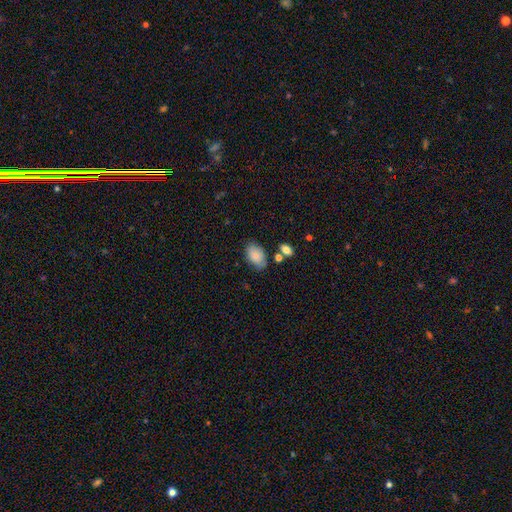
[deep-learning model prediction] Smooth or featured?
  - smooth: 82% *
  - featured or disk: 10%
  - star or artifact: 7%
How rounded?
  - in between: 89% *
  - round: 10%
  - cigar-shaped: 1%
Merging?
  - none: 70% *
  - minor disturbance: 20%
  - merger: 6%
  - major disturbance: 4%